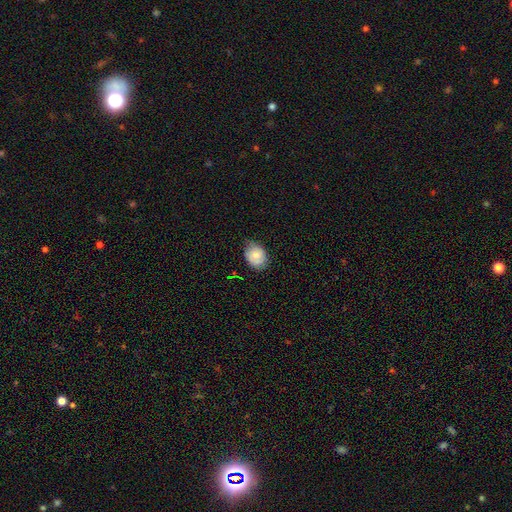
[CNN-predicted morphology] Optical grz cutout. It shows a smooth galaxy with no disk features (70%) that is in between round and cigar-shaped (59%). Merging: none (65%).